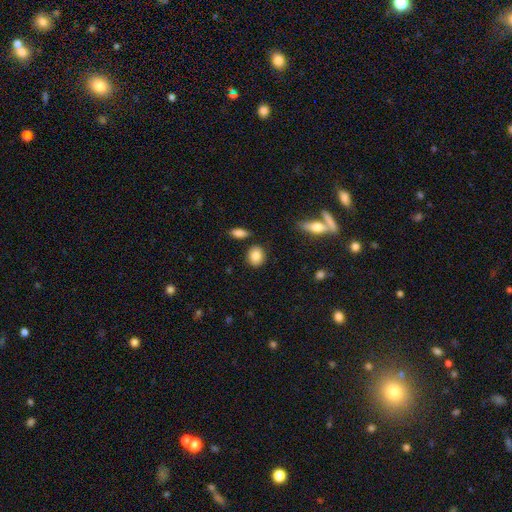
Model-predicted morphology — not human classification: Smooth or featured? Predicted: smooth (p=0.84). How rounded? Predicted: round (p=0.57). Merging? Predicted: none (p=0.84).